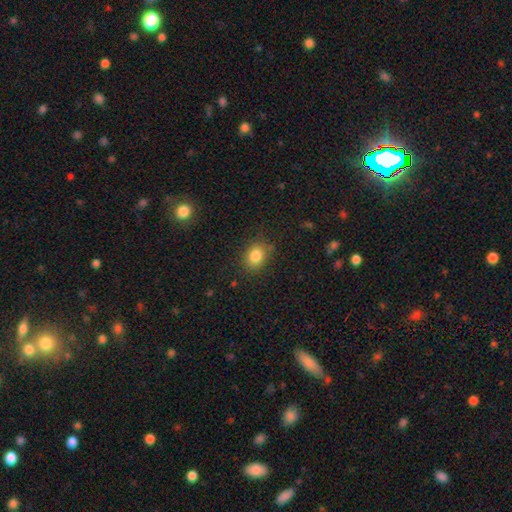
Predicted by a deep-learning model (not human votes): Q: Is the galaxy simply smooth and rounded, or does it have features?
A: smooth — 84%.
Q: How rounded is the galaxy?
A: in between — 55%.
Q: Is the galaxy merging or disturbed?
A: none — 81%.